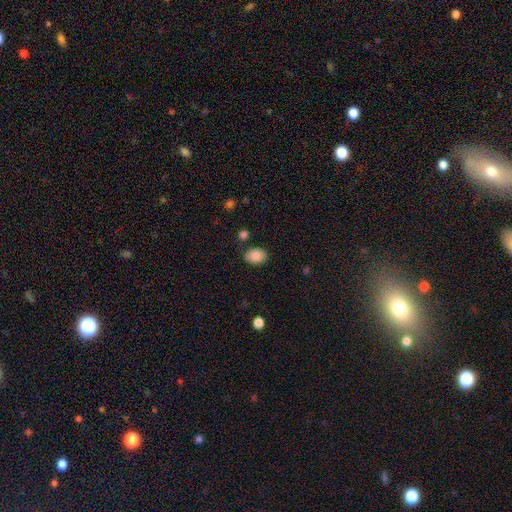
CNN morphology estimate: A smooth galaxy with no disk features (85%) that is in between round and cigar-shaped (80%). Merging: none (82%).